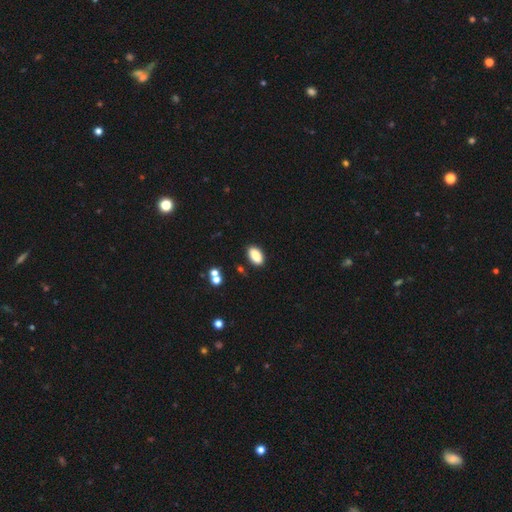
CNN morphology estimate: Smooth or featured: smooth — 88% (star or artifact — 8%)
How rounded: in between — 93% (round — 5%)
Merging: none — 86% (minor disturbance — 9%)